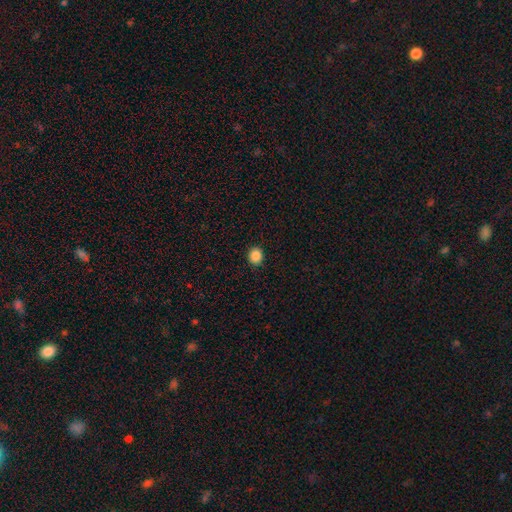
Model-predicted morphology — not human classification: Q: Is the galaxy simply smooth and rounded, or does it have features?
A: smooth — 87%.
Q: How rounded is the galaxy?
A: round — 75%.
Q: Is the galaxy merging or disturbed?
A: none — 91%.